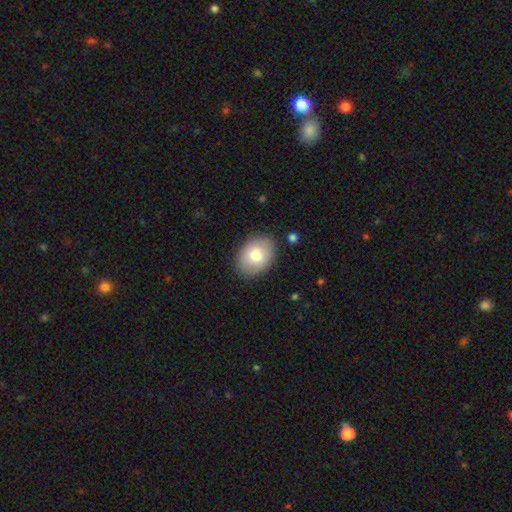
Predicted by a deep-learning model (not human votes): smooth-or-featured: smooth: 76% | featured or disk: 17% | star or artifact: 7%
  how-rounded: in between: 79% | round: 20% | cigar-shaped: 1%
  merging: none: 85% | minor disturbance: 11% | major disturbance: 3% | merger: 2%